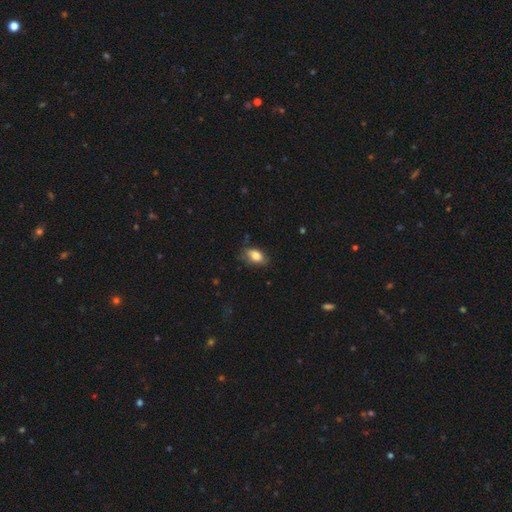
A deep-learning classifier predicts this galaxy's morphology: A smooth galaxy with no disk features (79%) that is in between round and cigar-shaped (86%). Merging: none (66%).